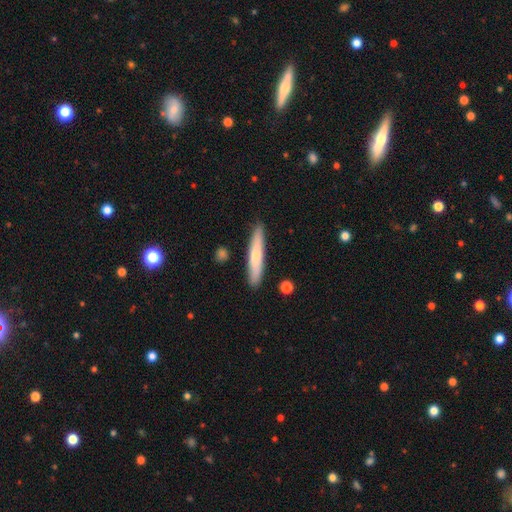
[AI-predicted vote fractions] Morphology: type=smooth (60%); roundness=cigar-shaped (92%); merging=none (89%).